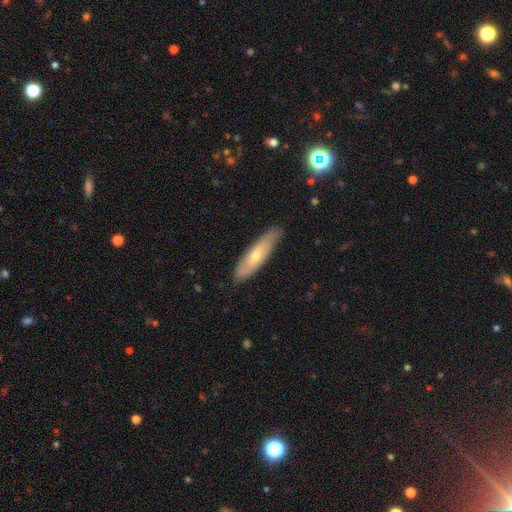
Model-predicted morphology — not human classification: smooth_or_featured: smooth (p=0.53) [alt: featured or disk p=0.41]
how_rounded: cigar-shaped (p=0.69) [alt: in between p=0.29]
merging: none (p=0.83) [alt: minor disturbance p=0.13]